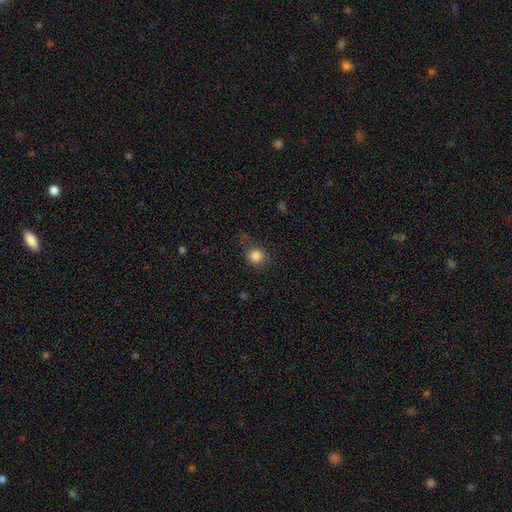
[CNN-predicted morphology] This is clearly a smooth galaxy (84%). How rounded: clearly round (84%). Merging: likely none (65%).